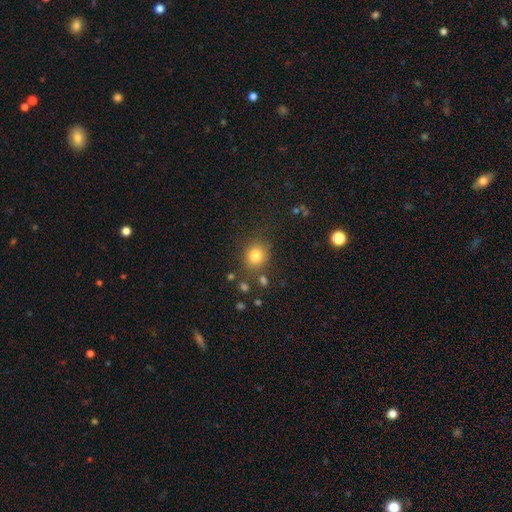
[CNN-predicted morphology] A smooth galaxy with no disk features (80%) that is round (74%).

Vote fractions:
- Smooth or featured? smooth: 80% / star or artifact: 12% / featured or disk: 8%
- How rounded? round: 74% / in between: 25% / cigar-shaped: 1%
- Merging? none: 78% / minor disturbance: 12% / merger: 5% / major disturbance: 4%